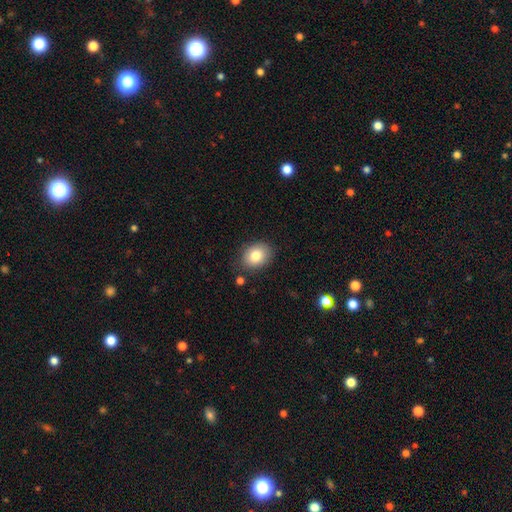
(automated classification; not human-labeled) The model was most divided on "how rounded": in between: 61%, round: 38%, cigar-shaped: 1%. More confident: merging — none (82%); smooth or featured — smooth (82%).